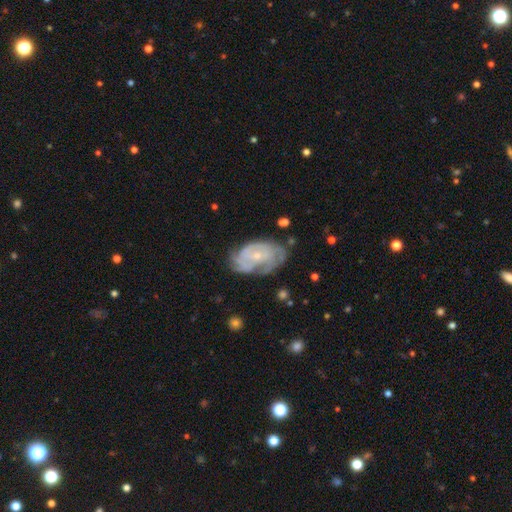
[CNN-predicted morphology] This is likely a featured or disk galaxy (77%). It is clearly not viewed edge-on (96%). Bar: likely no (73%). Spiral arm pattern: clearly yes (89%). Spiral arm count: marginally can't tell (40%). Spiral winding: likely tight (61%). Central bulge: likely small (72%). Merging: likely none (62%).